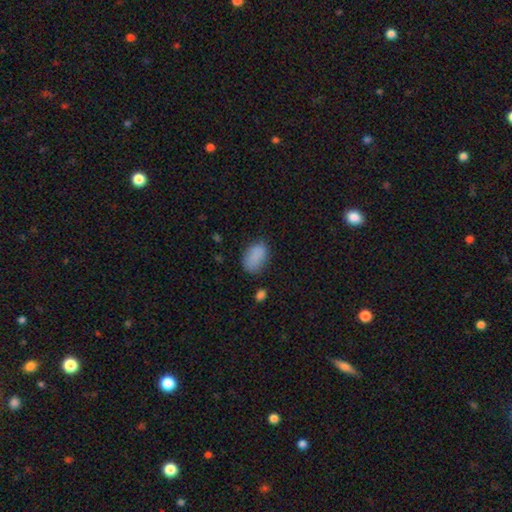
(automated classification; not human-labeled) A smooth galaxy with no disk features (85%) that is in between round and cigar-shaped (88%).

Vote fractions:
- Smooth or featured? smooth: 85% / star or artifact: 9% / featured or disk: 6%
- How rounded? in between: 88% / round: 11% / cigar-shaped: 1%
- Merging? none: 68% / minor disturbance: 22% / major disturbance: 7% / merger: 3%